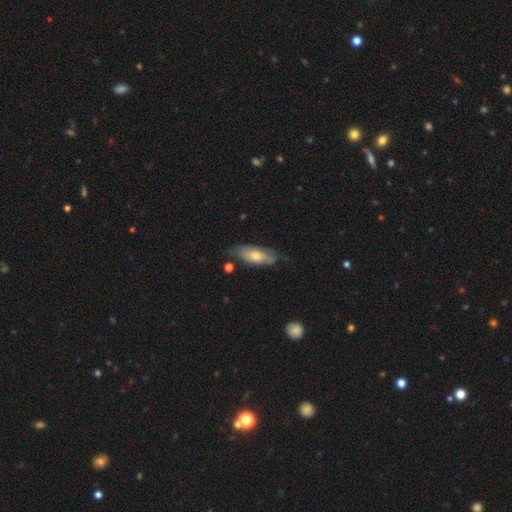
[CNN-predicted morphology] type=smooth (57%); roundness=in between (72%); merging=none (59%).